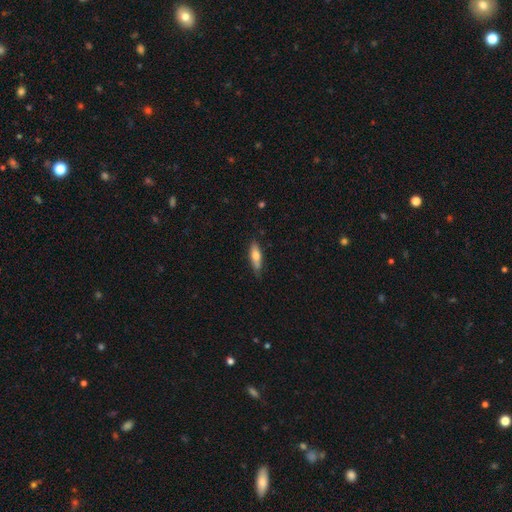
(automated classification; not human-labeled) Smooth or featured? Predicted: smooth (p=0.64). How rounded? Predicted: cigar-shaped (p=0.52). Merging? Predicted: none (p=0.78).